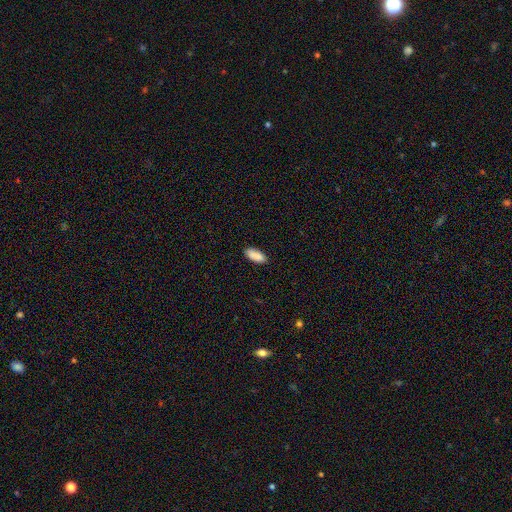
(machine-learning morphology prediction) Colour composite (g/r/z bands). It shows a smooth galaxy with no disk features (89%) that is in between round and cigar-shaped (83%). Merging: none (86%).